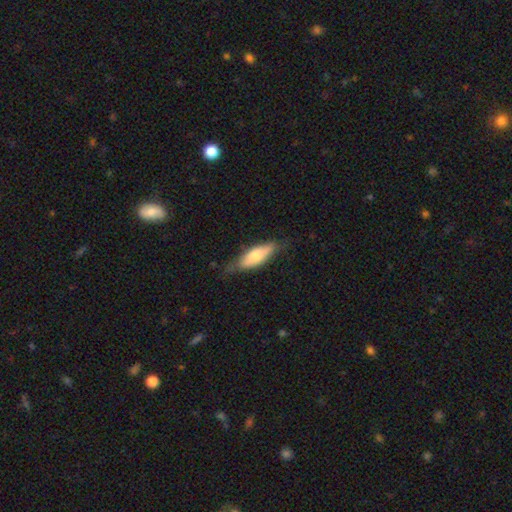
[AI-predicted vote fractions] Smooth or featured: smooth — 68% (featured or disk — 27%)
How rounded: in between — 60% (cigar-shaped — 38%)
Merging: none — 65% (minor disturbance — 27%)